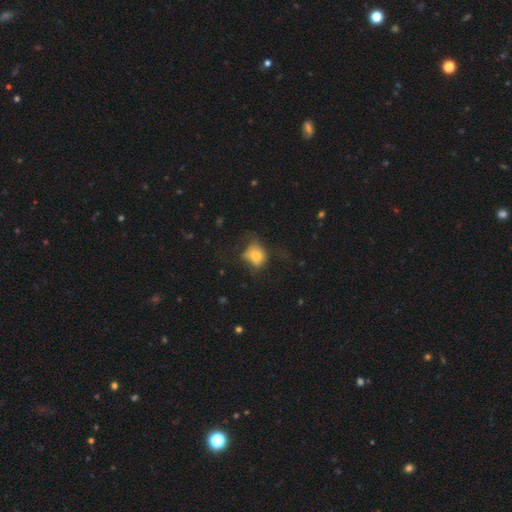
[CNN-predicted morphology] This appears to be a smooth galaxy with no disk features (71%) that is round (54%). Merging: none (41%).